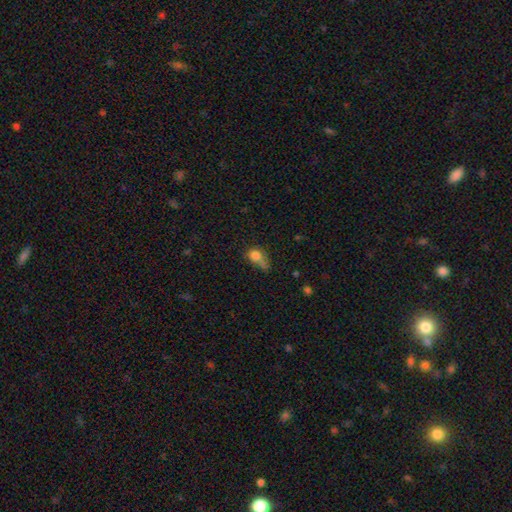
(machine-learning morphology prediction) The model was most divided on "merging": none: 31%, minor disturbance: 28%, major disturbance: 22%, merger: 18%. More confident: smooth or featured — smooth (77%); how rounded — in between (50%).